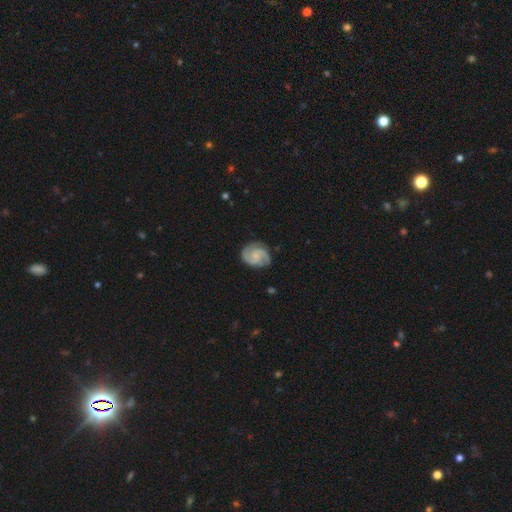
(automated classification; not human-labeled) The model was most divided on "spiral winding": tight: 46%, medium: 45%, loose: 9%. Remaining: edge-on disk — no (98%); spiral arms — yes (98%); smooth or featured — featured or disk (85%); merging — none (80%); spiral arm count — 2 (80%); bar — no (60%); bulge size — small (47%).